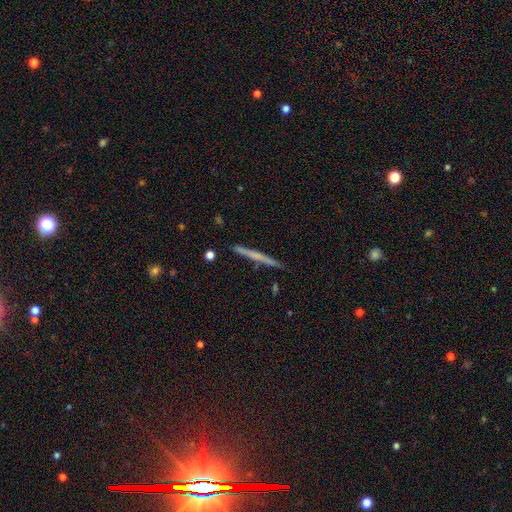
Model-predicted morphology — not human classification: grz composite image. It shows a featured or disk galaxy (51%) viewed edge-on (97%). Merging: none (90%).